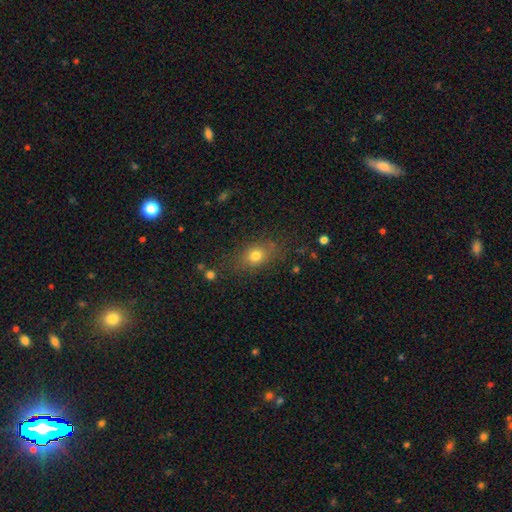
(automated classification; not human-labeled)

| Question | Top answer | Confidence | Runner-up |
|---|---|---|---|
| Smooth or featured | smooth | 76% | star or artifact (13%) |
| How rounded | in between | 56% | round (41%) |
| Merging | none | 76% | minor disturbance (15%) |